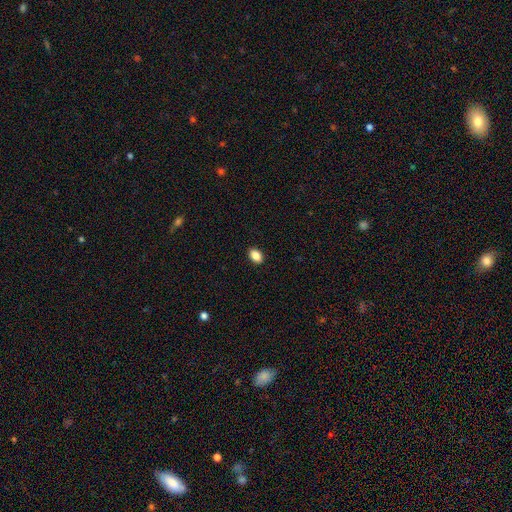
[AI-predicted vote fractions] This appears to be a smooth galaxy with no disk features (88%) that is in between round and cigar-shaped (83%). Merging: none (91%).